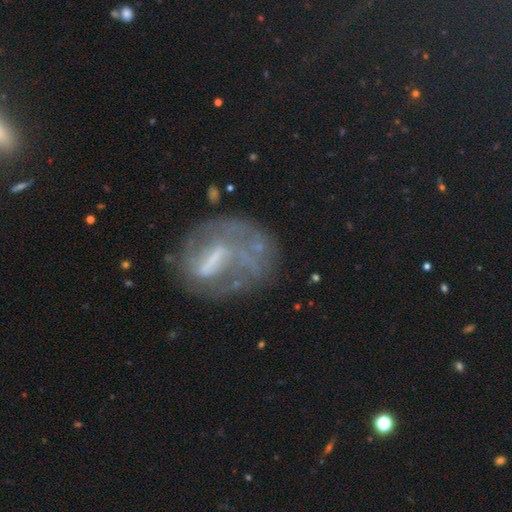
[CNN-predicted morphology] Smooth or featured? featured or disk (62%)
Edge-on disk? no (95%)
Bar? weak (38%)
Spiral arms? yes (52%)
Bulge size? none (39%)
Merging? none (51%)